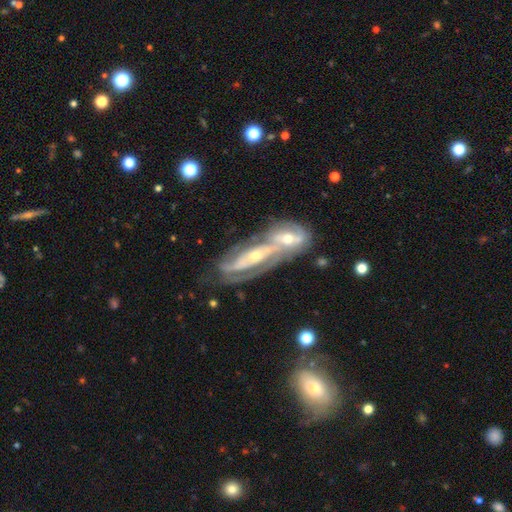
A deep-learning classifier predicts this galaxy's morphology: Smooth or featured?
  - featured or disk: 78% *
  - smooth: 14%
  - star or artifact: 8%
Edge-on disk?
  - no: 74% *
  - yes: 26%
Bar?
  - no: 50% *
  - weak: 27%
  - strong: 23%
Spiral arms?
  - yes: 76% *
  - no: 24%
Bulge size?
  - small: 49% *
  - moderate: 46%
  - large: 2%
  - none: 2%
  - dominant: 1%
Merging?
  - merger: 50% *
  - none: 32%
  - minor disturbance: 11%
  - major disturbance: 7%